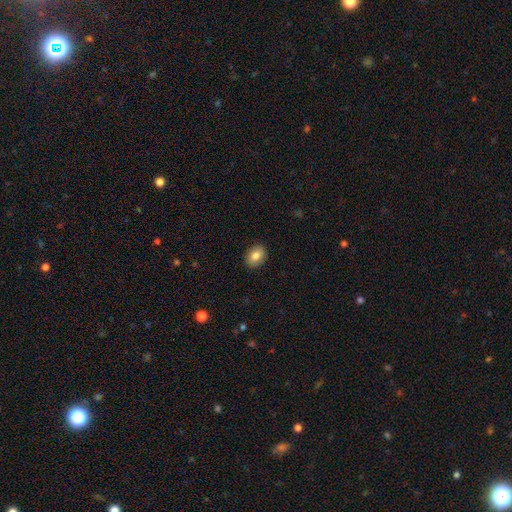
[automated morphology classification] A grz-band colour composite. It shows a smooth galaxy with no disk features (83%) that is in between round and cigar-shaped (61%). Merging: none (90%).